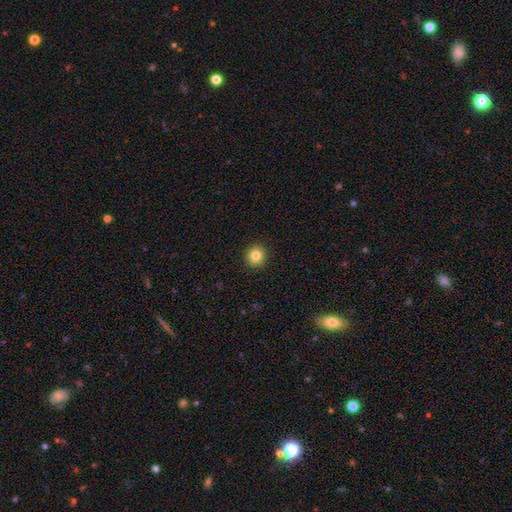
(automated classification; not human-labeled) smooth-or-featured: smooth: 83% | star or artifact: 10% | featured or disk: 6%
  how-rounded: round: 91% | in between: 8% | cigar-shaped: 1%
  merging: none: 92% | minor disturbance: 5% | major disturbance: 2% | merger: 1%